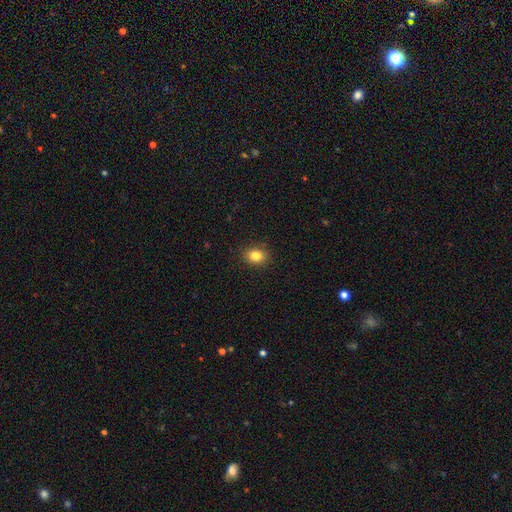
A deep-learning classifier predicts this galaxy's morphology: The model was most divided on "how rounded": in between: 58%, round: 40%, cigar-shaped: 1%. More confident: merging — none (89%); smooth or featured — smooth (84%).